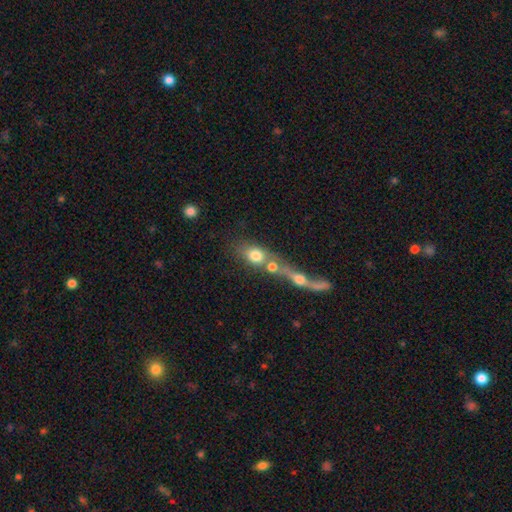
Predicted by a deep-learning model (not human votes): A smooth galaxy with no disk features (69%) that is round (49%). Merging: merger (56%).